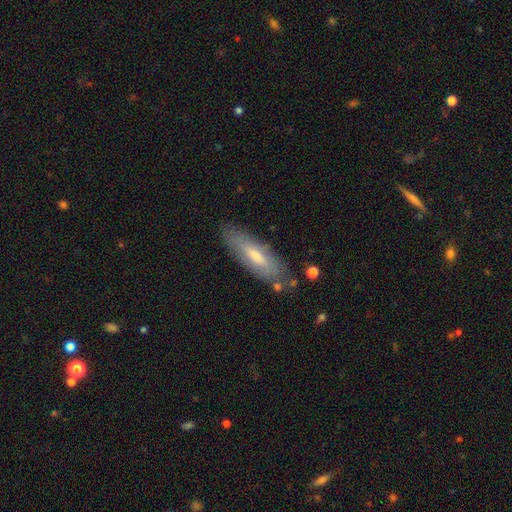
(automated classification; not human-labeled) smooth 59%, featured or disk 34%, star or artifact 7%. Down the decision tree: how rounded — cigar-shaped (53%); merging — none (77%).